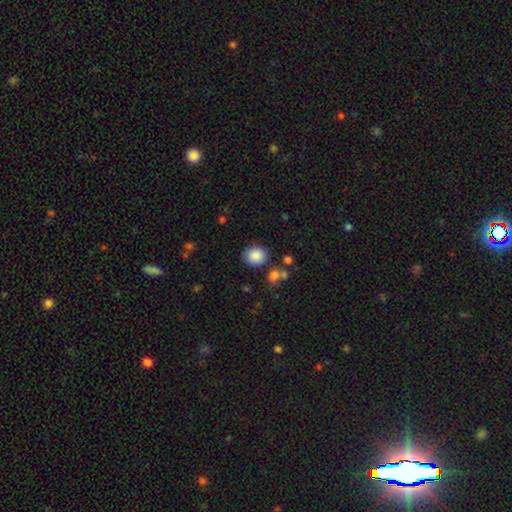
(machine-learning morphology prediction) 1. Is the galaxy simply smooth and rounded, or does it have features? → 87% smooth, 9% star or artifact, 4% featured or disk.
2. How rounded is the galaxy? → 66% round, 33% in between, 1% cigar-shaped.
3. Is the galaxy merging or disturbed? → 80% none, 11% minor disturbance, 5% merger, 4% major disturbance.